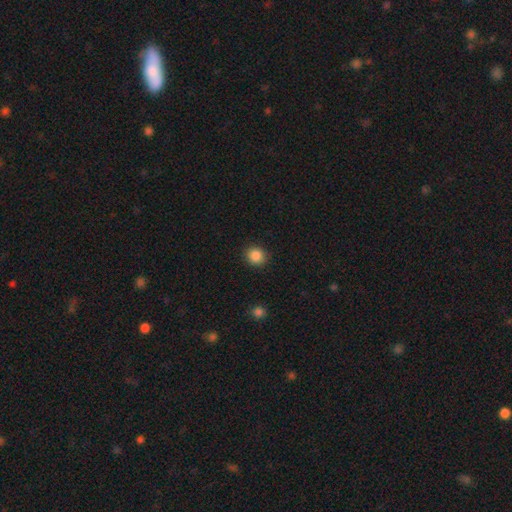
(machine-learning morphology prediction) Q: Smooth or featured?
A: smooth (87%); runner-up: star or artifact (10%)
Q: How rounded?
A: round (84%); runner-up: in between (15%)
Q: Merging?
A: none (90%); runner-up: minor disturbance (7%)